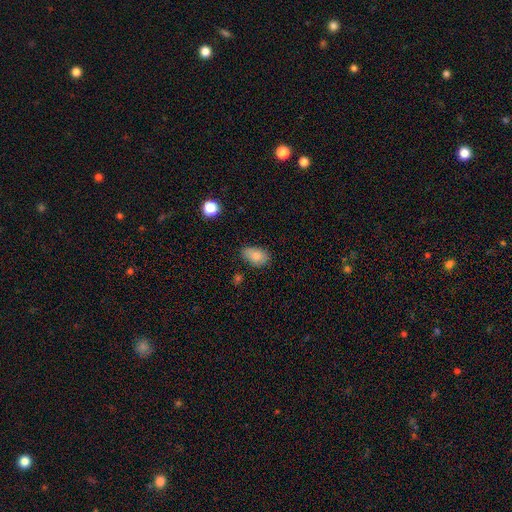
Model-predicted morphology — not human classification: Smooth or featured? smooth (84%)
How rounded? in between (88%)
Merging? none (74%)